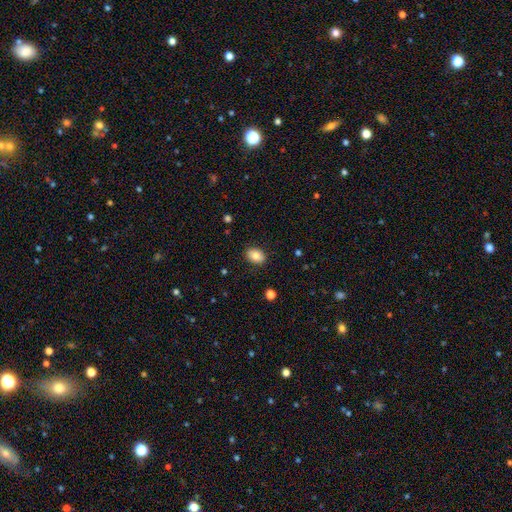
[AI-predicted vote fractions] smooth-or-featured: smooth: 82% | featured or disk: 9% | star or artifact: 9%
  how-rounded: in between: 75% | round: 24% | cigar-shaped: 1%
  merging: none: 87% | minor disturbance: 10% | major disturbance: 2% | merger: 1%